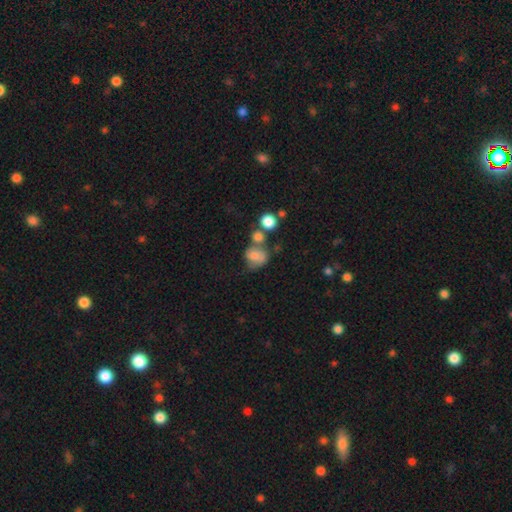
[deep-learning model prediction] Smooth or featured? Predicted: smooth (p=0.70). How rounded? Predicted: round (p=0.60). Merging? Predicted: none (p=0.34).